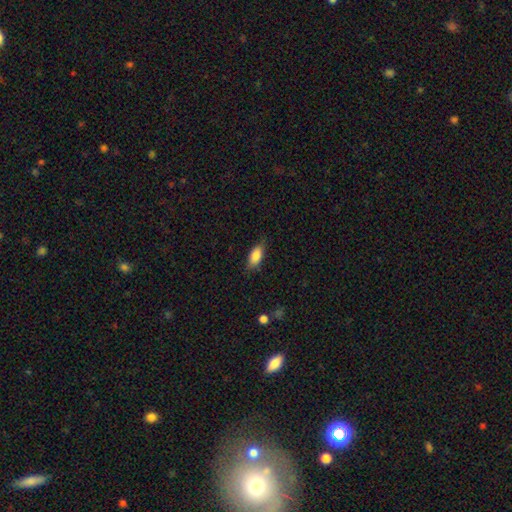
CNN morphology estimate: smooth_or_featured: smooth (p=0.84) [alt: featured or disk p=0.09]
how_rounded: in between (p=0.87) [alt: cigar-shaped p=0.10]
merging: none (p=0.79) [alt: minor disturbance p=0.16]